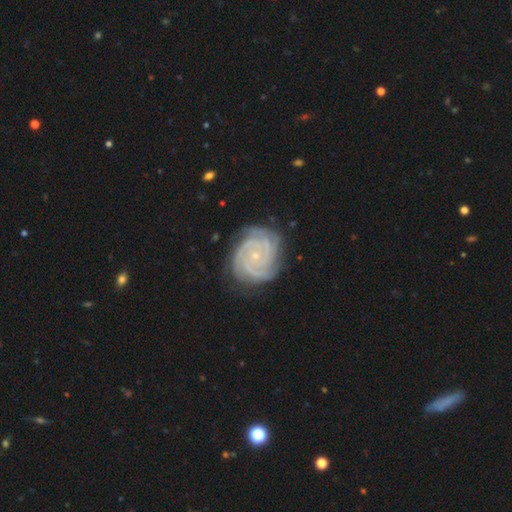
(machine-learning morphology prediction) This appears to be a featured or disk galaxy (90%) with no bar (76%), 3 (31%) tight (84%) spiral arms (99%) and a small central bulge (82%). Merging: none (80%).